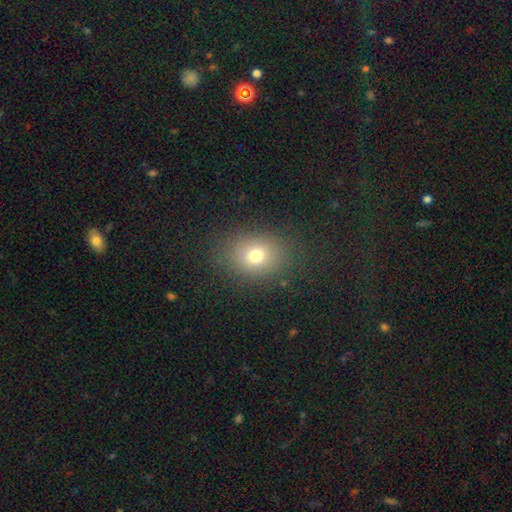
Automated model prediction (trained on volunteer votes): Smooth or featured: smooth — 74% (star or artifact — 15%)
How rounded: round — 51% (in between — 48%)
Merging: none — 84% (minor disturbance — 10%)